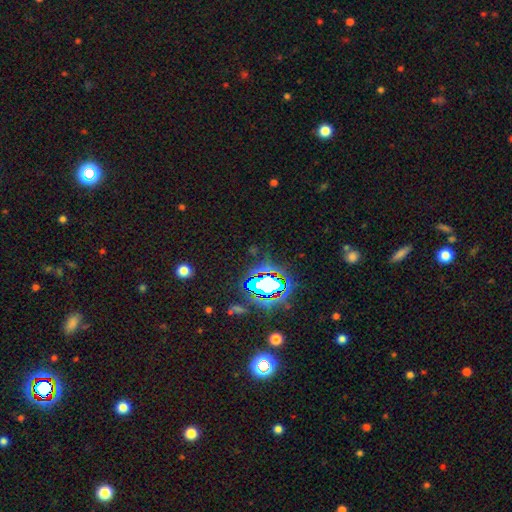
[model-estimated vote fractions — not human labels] Smooth or featured? Predicted: star or artifact (p=0.77).